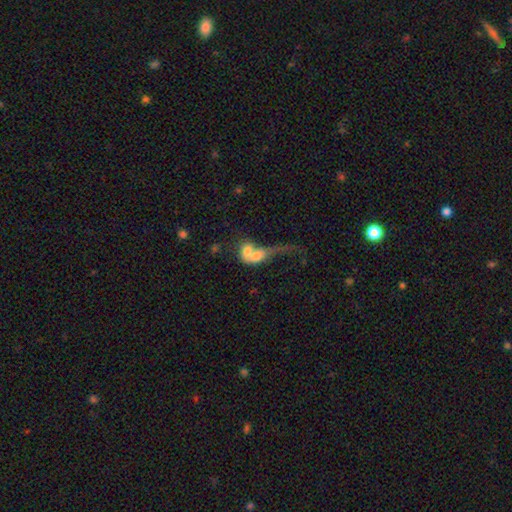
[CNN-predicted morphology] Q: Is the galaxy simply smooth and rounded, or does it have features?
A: smooth — 58%.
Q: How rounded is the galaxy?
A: in between — 66%.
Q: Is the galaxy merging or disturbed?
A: merger — 71%.